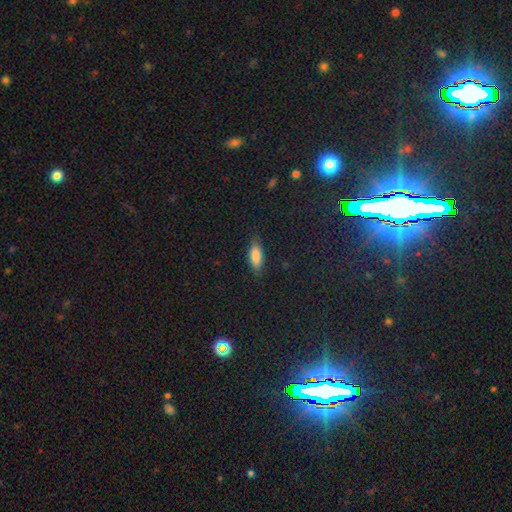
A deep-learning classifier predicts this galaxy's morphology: Smooth or featured: smooth — 84% (featured or disk — 9%)
How rounded: in between — 73% (cigar-shaped — 25%)
Merging: none — 84% (minor disturbance — 12%)